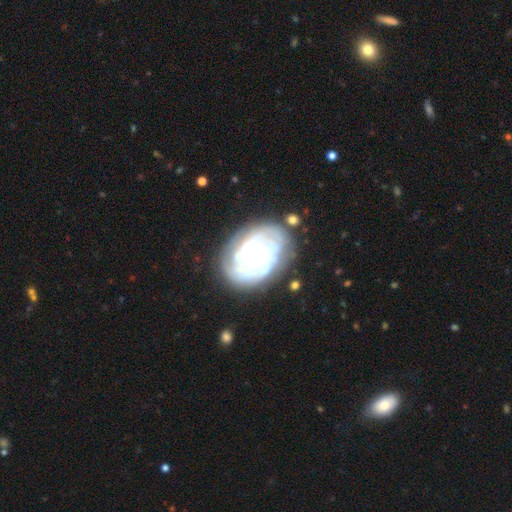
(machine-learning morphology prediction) smooth_or_featured: featured or disk (p=0.79) [alt: smooth p=0.15]
disk_edge_on: no (p=0.97) [alt: yes p=0.03]
bar: no (p=0.57) [alt: weak p=0.33]
has_spiral_arms: yes (p=0.80) [alt: no p=0.20]
spiral_winding: tight (p=0.60) [alt: medium p=0.29]
spiral_arm_count: can't tell (p=0.44) [alt: 2 p=0.32]
bulge_size: small (p=0.53) [alt: moderate p=0.41]
merging: none (p=0.68) [alt: minor disturbance p=0.20]